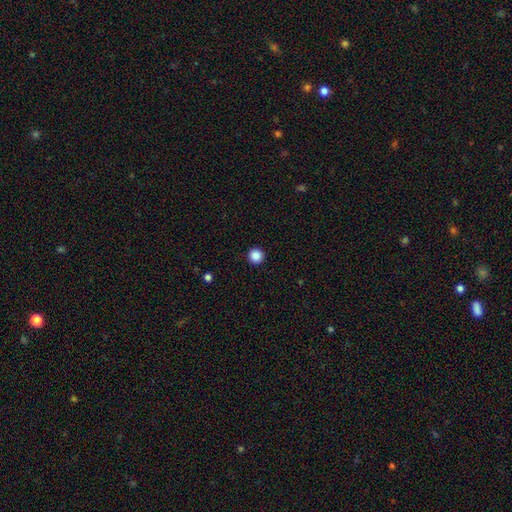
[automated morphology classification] The model was most divided on "smooth or featured": smooth: 87%, star or artifact: 10%, featured or disk: 2%. More confident: how rounded — round (96%); merging — none (94%).